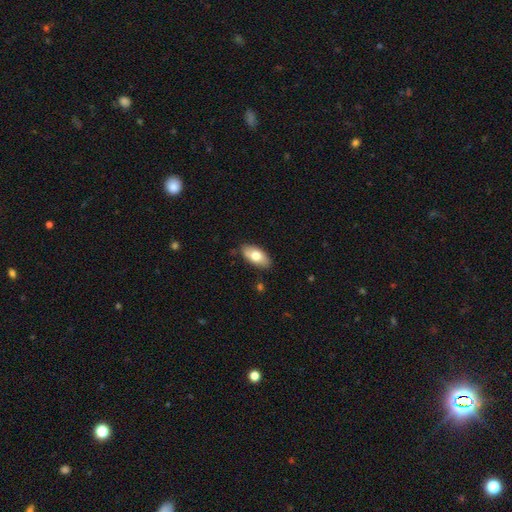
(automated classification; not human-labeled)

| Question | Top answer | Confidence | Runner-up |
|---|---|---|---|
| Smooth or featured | smooth | 74% | featured or disk (20%) |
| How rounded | in between | 92% | cigar-shaped (5%) |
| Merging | none | 84% | minor disturbance (12%) |